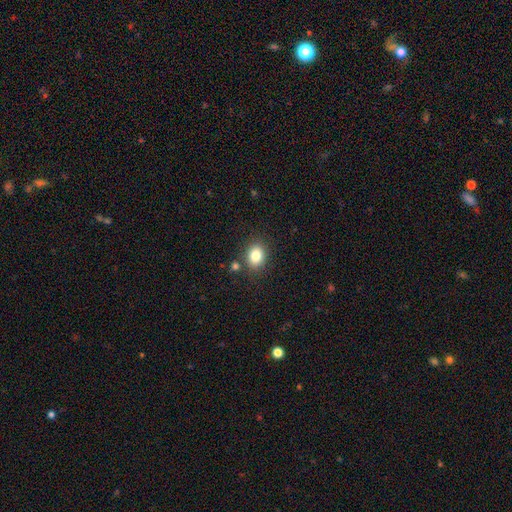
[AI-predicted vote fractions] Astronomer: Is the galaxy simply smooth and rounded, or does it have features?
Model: smooth — 83%.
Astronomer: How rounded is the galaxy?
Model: in between — 56% (runner-up: round, 43%).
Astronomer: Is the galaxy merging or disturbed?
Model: none — 80%.